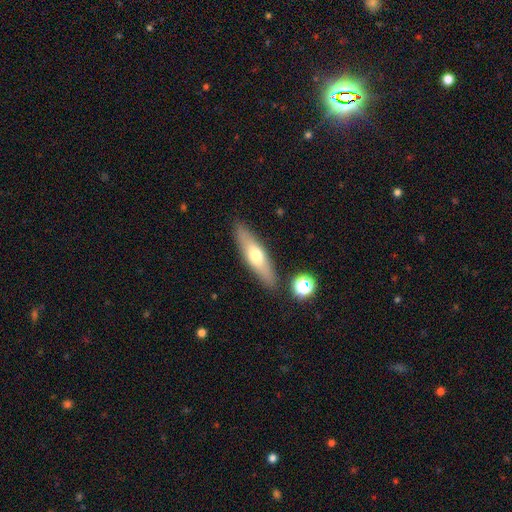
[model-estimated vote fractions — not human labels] Smooth or featured?
  - smooth: 56% *
  - featured or disk: 37%
  - star or artifact: 7%
How rounded?
  - cigar-shaped: 69% *
  - in between: 29%
  - round: 3%
Merging?
  - none: 86% *
  - minor disturbance: 9%
  - merger: 3%
  - major disturbance: 2%